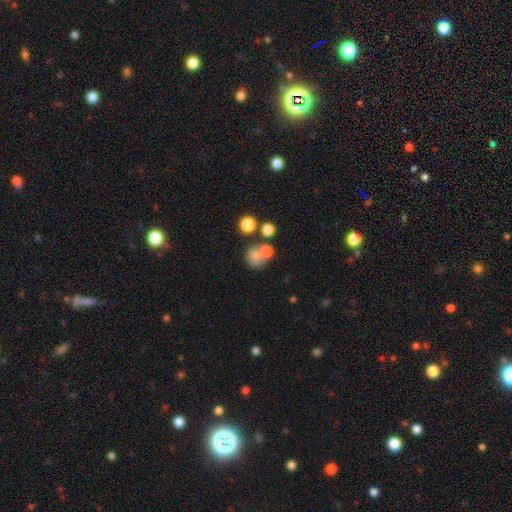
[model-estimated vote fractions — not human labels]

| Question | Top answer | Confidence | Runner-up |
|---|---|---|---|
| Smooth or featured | smooth | 71% | featured or disk (16%) |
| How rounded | round | 79% | in between (20%) |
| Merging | none | 44% | merger (37%) |